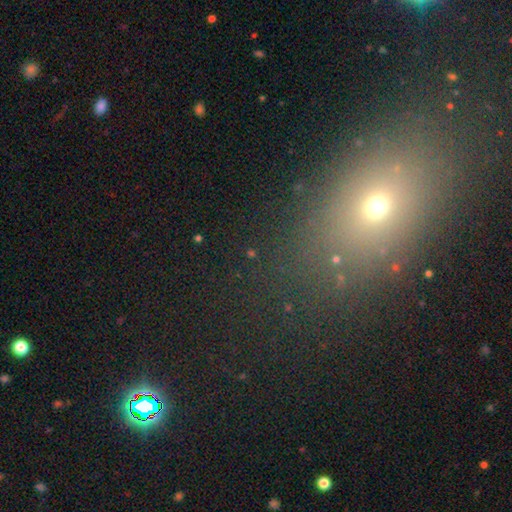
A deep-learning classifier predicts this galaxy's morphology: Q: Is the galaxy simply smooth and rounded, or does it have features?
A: smooth — 44%.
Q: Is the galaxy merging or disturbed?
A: none — 80%.